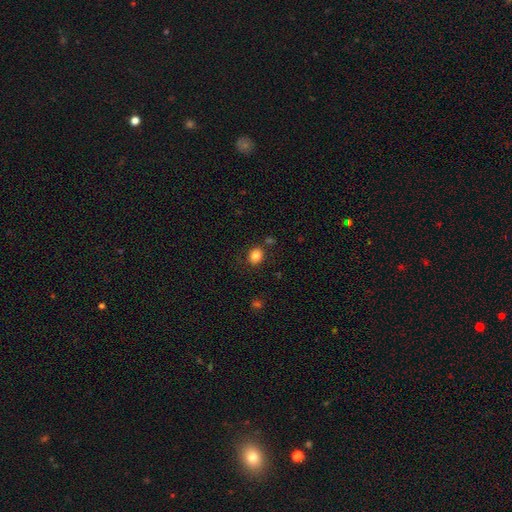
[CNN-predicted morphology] This appears to be a smooth galaxy with no disk features (84%) that is round (60%). Merging: none (82%).